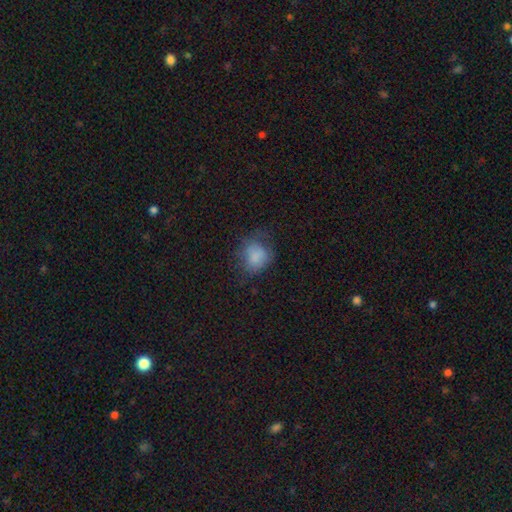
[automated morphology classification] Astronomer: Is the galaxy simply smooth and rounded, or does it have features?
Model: smooth — 75%.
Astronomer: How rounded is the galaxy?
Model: round — 60% (runner-up: in between, 39%).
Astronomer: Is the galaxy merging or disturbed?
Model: none — 51% (runner-up: minor disturbance, 28%).